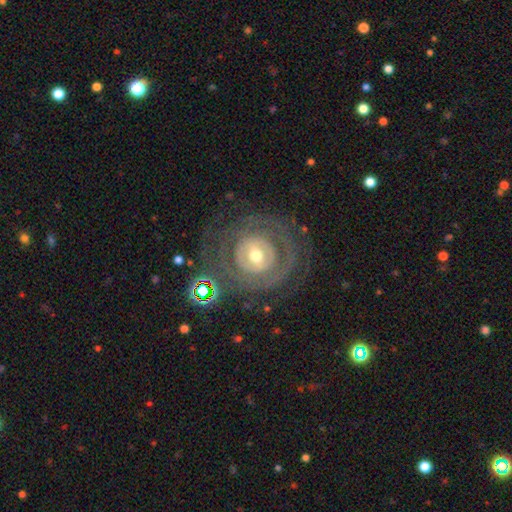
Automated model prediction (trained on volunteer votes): smooth_or_featured: featured or disk (p=0.75) [alt: smooth p=0.18]
disk_edge_on: no (p=0.96) [alt: yes p=0.04]
bar: no (p=0.46) [alt: weak p=0.35]
has_spiral_arms: yes (p=0.57) [alt: no p=0.43]
bulge_size: moderate (p=0.63) [alt: small p=0.28]
merging: none (p=0.70) [alt: minor disturbance p=0.14]